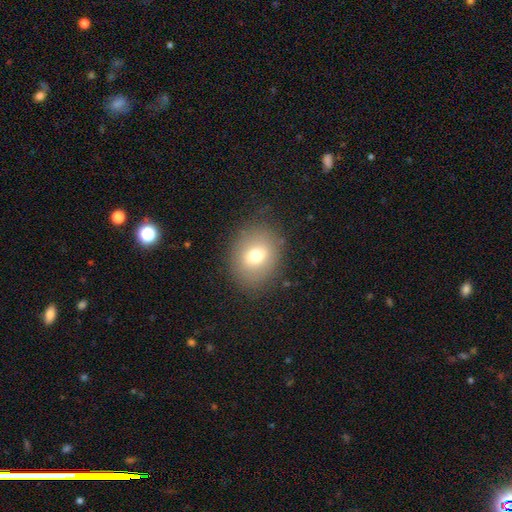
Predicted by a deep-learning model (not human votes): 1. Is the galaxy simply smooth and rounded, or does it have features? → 69% smooth, 19% featured or disk, 12% star or artifact.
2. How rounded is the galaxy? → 50% round, 49% in between, 1% cigar-shaped.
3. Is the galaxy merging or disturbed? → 81% none, 13% minor disturbance, 6% major disturbance, 1% merger.